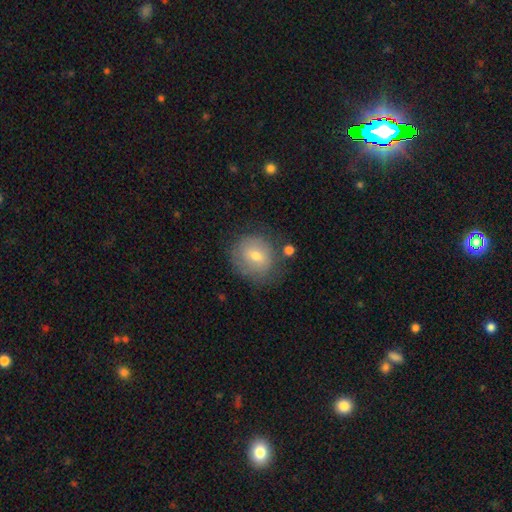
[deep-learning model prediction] A smooth galaxy with no disk features (63%) that is round (81%). Merging: none (71%).